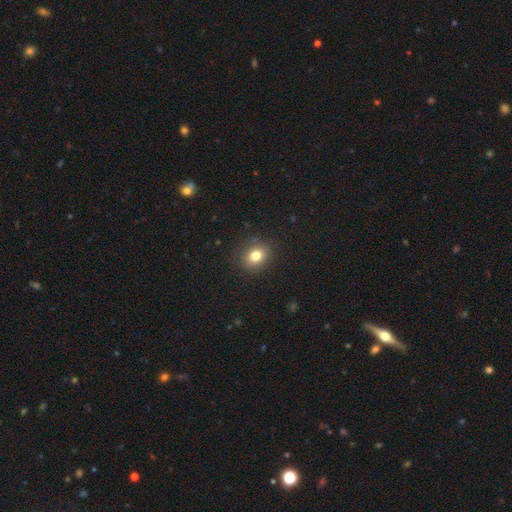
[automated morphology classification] smooth 80%, star or artifact 11%, featured or disk 9%. Down the decision tree: how rounded — round (54%); merging — none (87%).